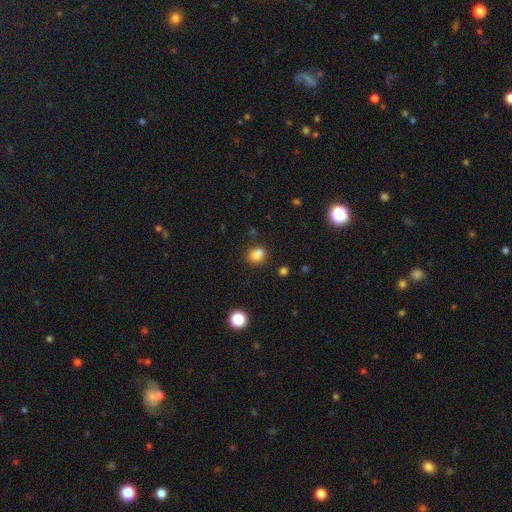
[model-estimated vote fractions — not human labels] Morphology: type=smooth (80%); roundness=round (51%); merging=none (62%).